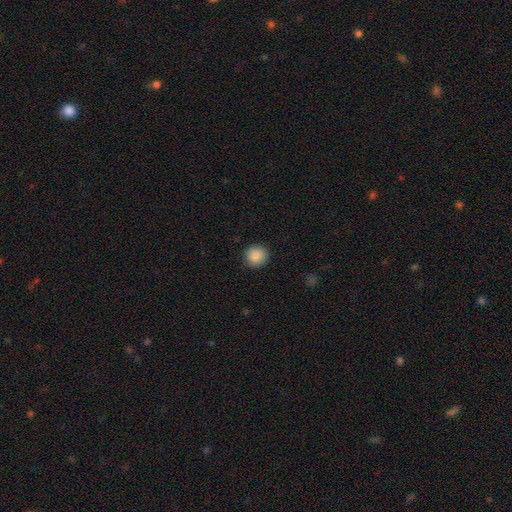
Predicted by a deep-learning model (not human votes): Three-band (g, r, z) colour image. It shows a smooth galaxy with no disk features (89%) that is round (91%). Merging: none (90%).